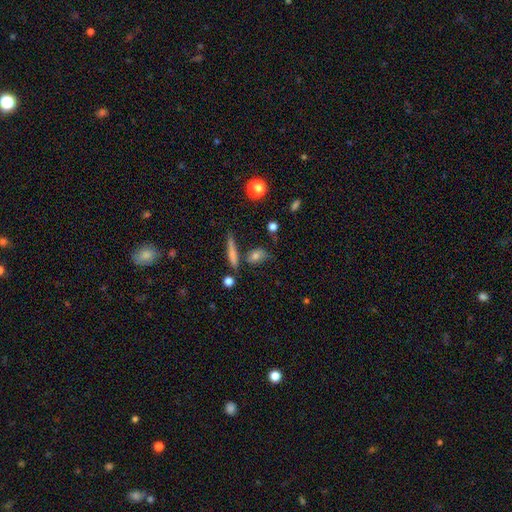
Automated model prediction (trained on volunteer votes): Smooth or featured: smooth — 70% (featured or disk — 19%)
How rounded: in between — 65% (round — 18%)
Merging: none — 58% (minor disturbance — 21%)